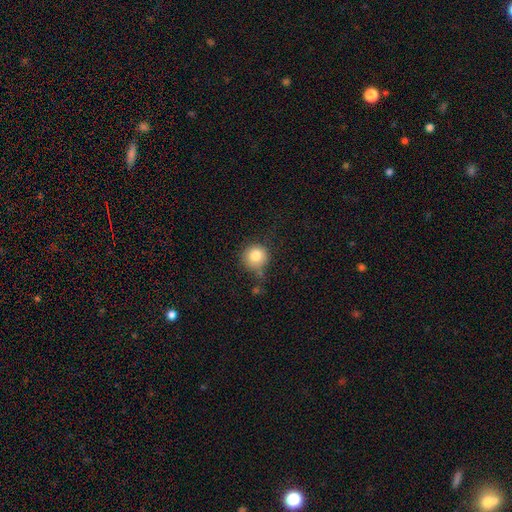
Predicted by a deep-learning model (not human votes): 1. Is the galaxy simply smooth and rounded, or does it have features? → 82% smooth, 10% star or artifact, 8% featured or disk.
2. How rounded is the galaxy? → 94% round, 5% in between, 1% cigar-shaped.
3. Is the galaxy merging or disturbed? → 69% none, 19% minor disturbance, 6% major disturbance, 6% merger.